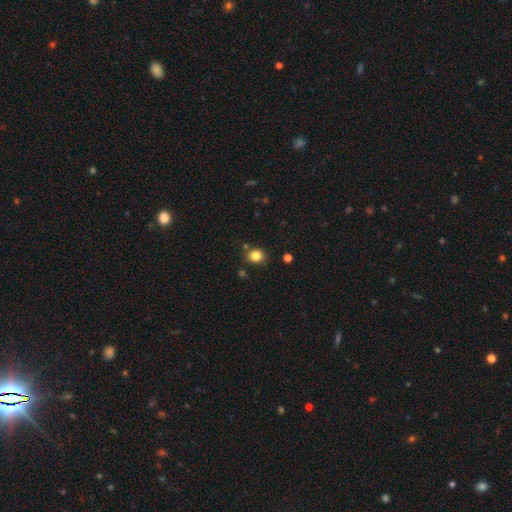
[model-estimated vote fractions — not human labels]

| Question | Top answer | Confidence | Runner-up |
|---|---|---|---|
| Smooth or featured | smooth | 83% | star or artifact (12%) |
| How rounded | round | 77% | in between (22%) |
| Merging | none | 82% | minor disturbance (11%) |